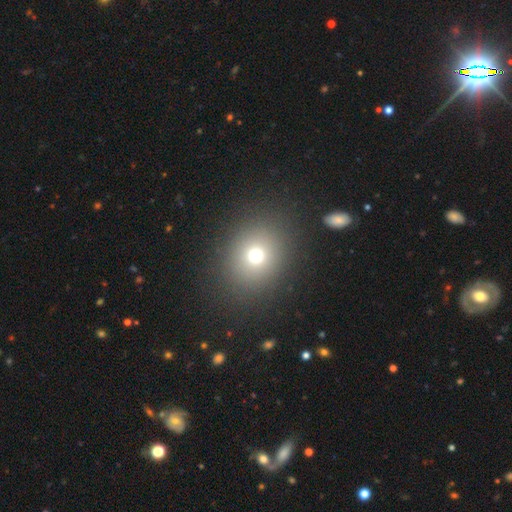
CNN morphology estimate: This is likely a smooth galaxy (71%). How rounded: likely round (71%). Merging: clearly none (87%).